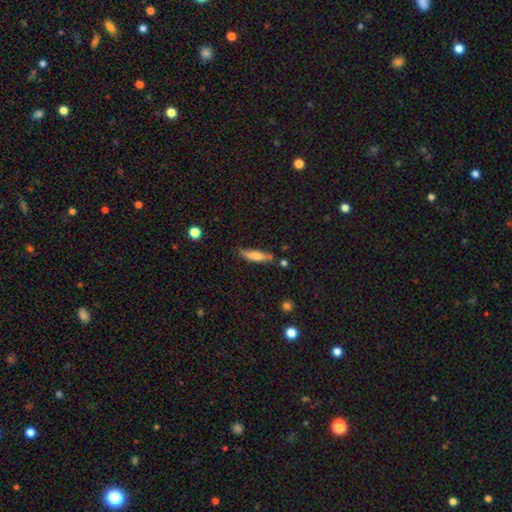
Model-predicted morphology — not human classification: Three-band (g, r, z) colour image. It shows a smooth galaxy with no disk features (65%) that is cigar-shaped (78%). Merging: none (74%).